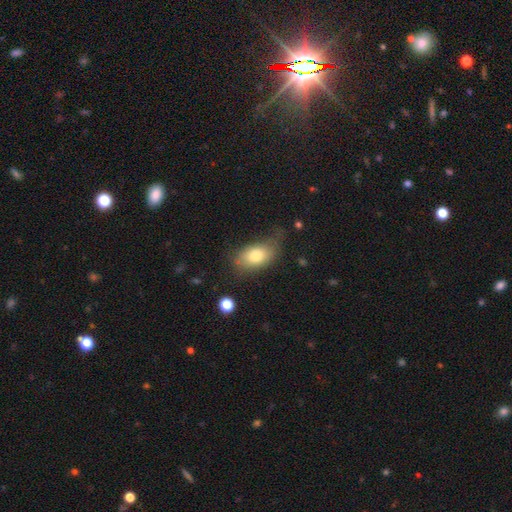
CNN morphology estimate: The model was most divided on "merging": none: 56%, minor disturbance: 29%, major disturbance: 13%, merger: 3%. More confident: how rounded — in between (87%); smooth or featured — smooth (76%).